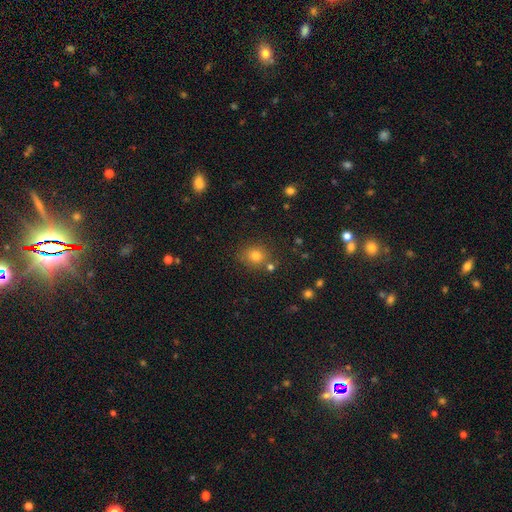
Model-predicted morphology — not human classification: Q: Smooth or featured?
A: smooth (77%); runner-up: star or artifact (16%)
Q: How rounded?
A: round (74%); runner-up: in between (25%)
Q: Merging?
A: none (76%); runner-up: minor disturbance (11%)